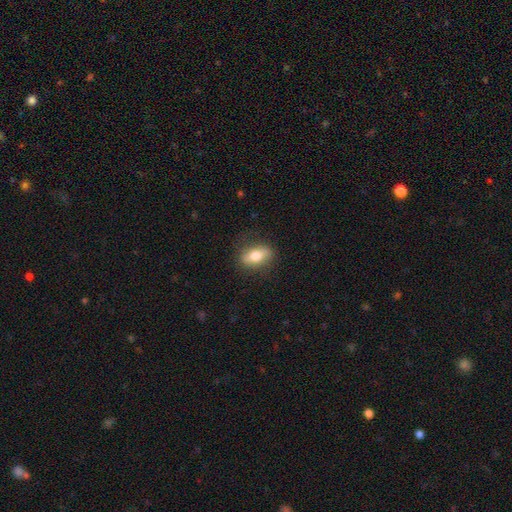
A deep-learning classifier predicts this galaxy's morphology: Smooth or featured? Predicted: smooth (p=0.71). How rounded? Predicted: in between (p=0.81). Merging? Predicted: none (p=0.82).